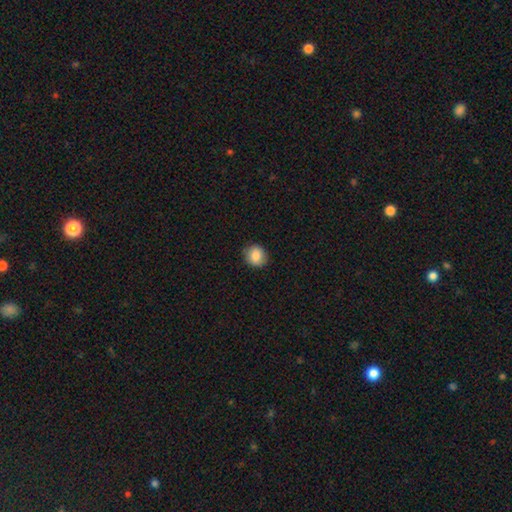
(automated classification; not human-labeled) Smooth or featured? Predicted: smooth (p=0.87). How rounded? Predicted: round (p=0.82). Merging? Predicted: none (p=0.88).